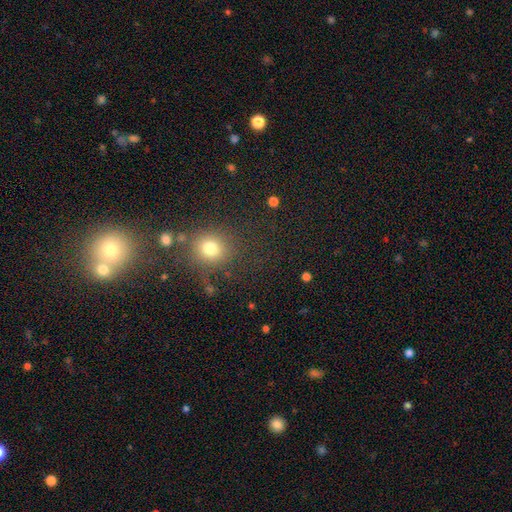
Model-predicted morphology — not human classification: This is possibly a smooth galaxy (51%). How rounded: clearly round (88%). Merging: likely none (74%).